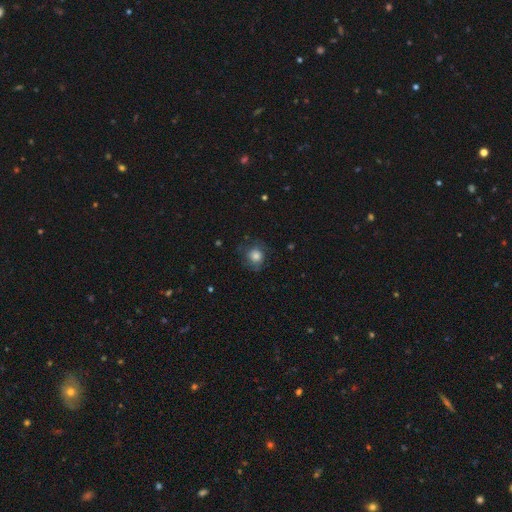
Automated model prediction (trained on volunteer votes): Overall: smooth (71%). How rounded: round (86%). Merging: none (69%).